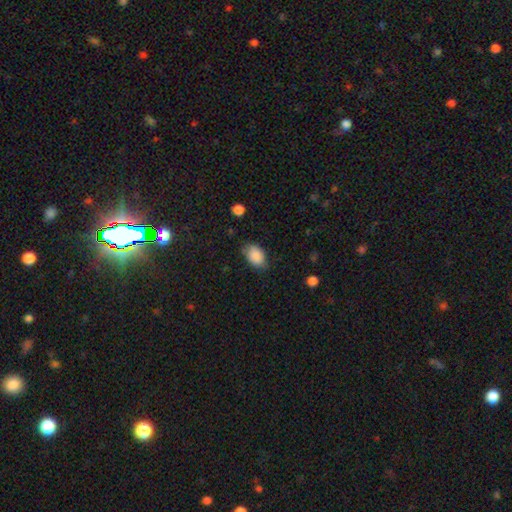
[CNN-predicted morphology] The model was most divided on "merging": none: 72%, minor disturbance: 22%, major disturbance: 5%, merger: 1%. More confident: smooth or featured — smooth (88%); how rounded — in between (87%).